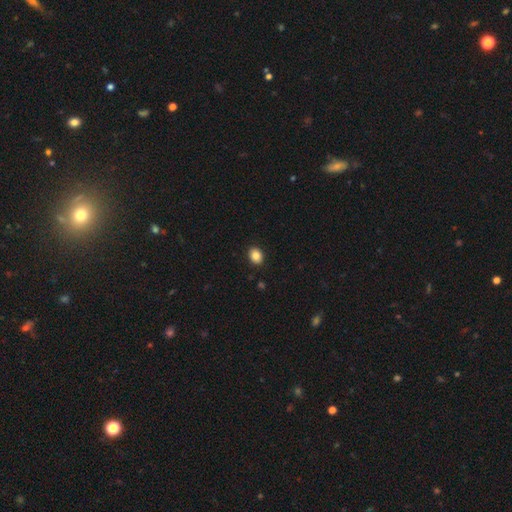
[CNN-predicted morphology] type=smooth (85%); roundness=in between (51%); merging=none (91%).